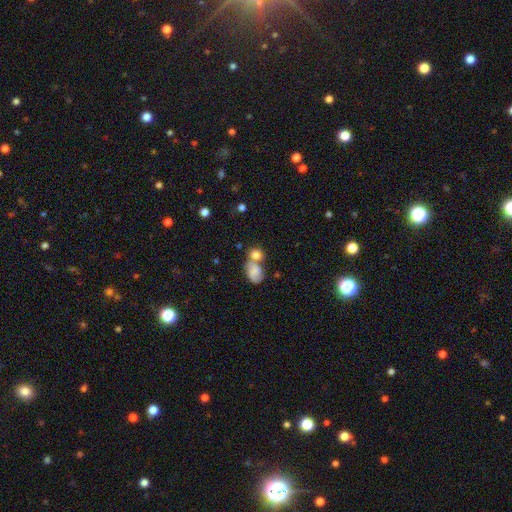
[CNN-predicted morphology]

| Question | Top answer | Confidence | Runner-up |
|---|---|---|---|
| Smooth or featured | smooth | 76% | featured or disk (15%) |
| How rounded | round | 51% | in between (47%) |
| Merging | merger | 50% | none (34%) |